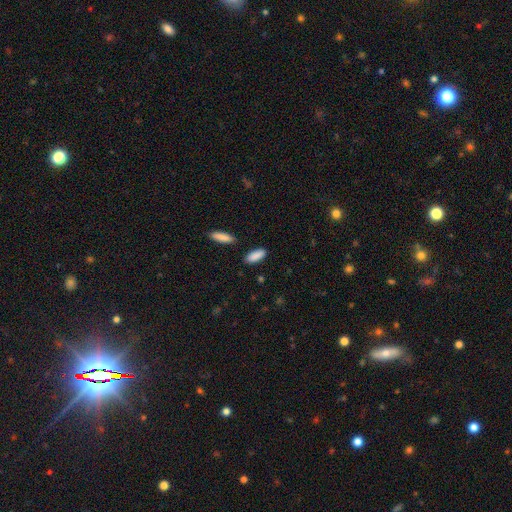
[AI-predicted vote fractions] The model was most divided on "how rounded": in between: 69%, cigar-shaped: 30%, round: 2%. More confident: smooth or featured — smooth (89%); merging — none (85%).